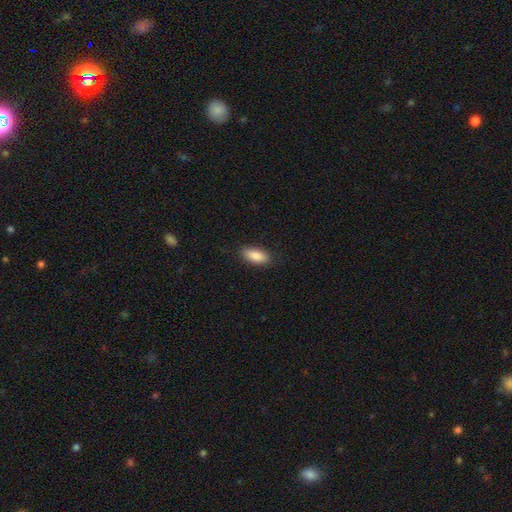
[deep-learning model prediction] A smooth galaxy with no disk features (87%) that is in between round and cigar-shaped (85%).

Vote fractions:
- Smooth or featured? smooth: 87% / star or artifact: 6% / featured or disk: 6%
- How rounded? in between: 85% / cigar-shaped: 12% / round: 2%
- Merging? none: 86% / minor disturbance: 11% / major disturbance: 2% / merger: 1%